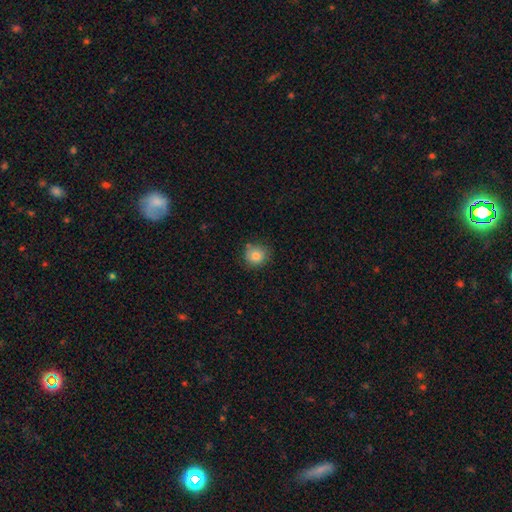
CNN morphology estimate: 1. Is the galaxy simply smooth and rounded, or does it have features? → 82% smooth, 10% star or artifact, 7% featured or disk.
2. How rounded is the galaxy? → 89% round, 10% in between, 1% cigar-shaped.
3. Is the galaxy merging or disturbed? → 77% none, 17% minor disturbance, 3% major disturbance, 3% merger.